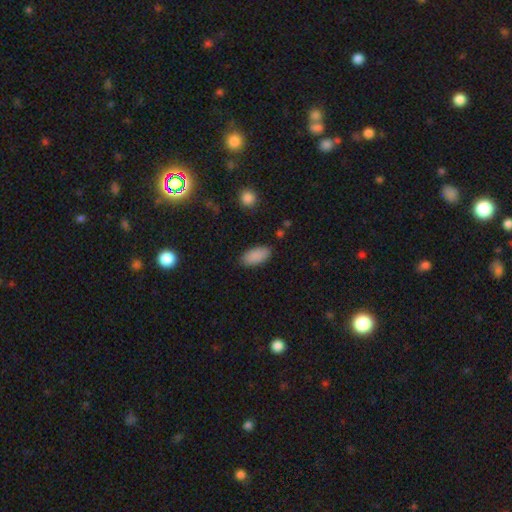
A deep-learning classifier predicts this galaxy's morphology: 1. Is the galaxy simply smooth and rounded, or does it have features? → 89% smooth, 7% star or artifact, 4% featured or disk.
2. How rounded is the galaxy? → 92% in between, 6% cigar-shaped, 2% round.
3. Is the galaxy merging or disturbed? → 85% none, 11% minor disturbance, 3% major disturbance, 1% merger.